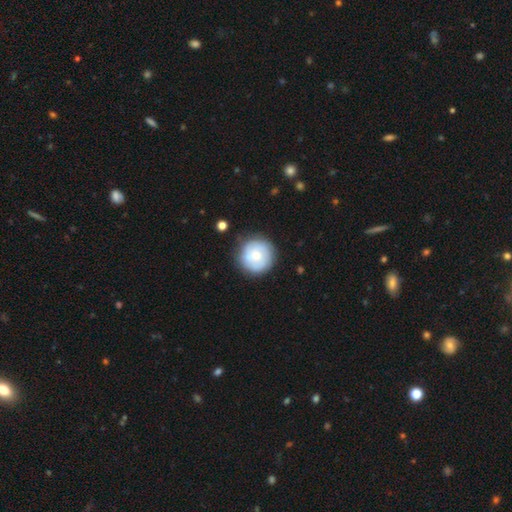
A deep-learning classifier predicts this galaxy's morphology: Smooth or featured: smooth — 52% (featured or disk — 42%)
How rounded: round — 94% (in between — 5%)
Merging: none — 80% (minor disturbance — 14%)